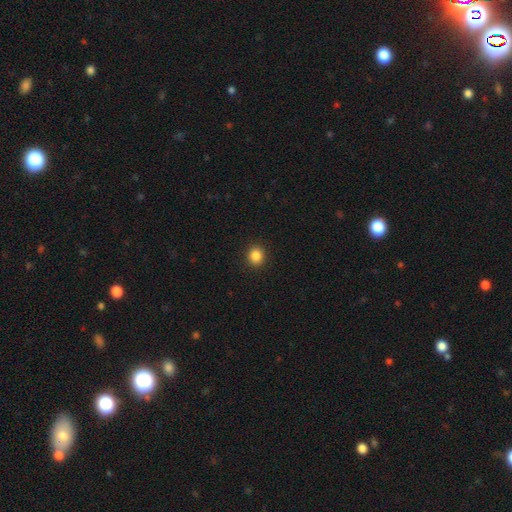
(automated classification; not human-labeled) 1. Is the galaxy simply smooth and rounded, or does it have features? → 86% smooth, 11% star or artifact, 3% featured or disk.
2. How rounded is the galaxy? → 82% round, 17% in between, 1% cigar-shaped.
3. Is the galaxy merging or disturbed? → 92% none, 5% minor disturbance, 2% major disturbance, 1% merger.